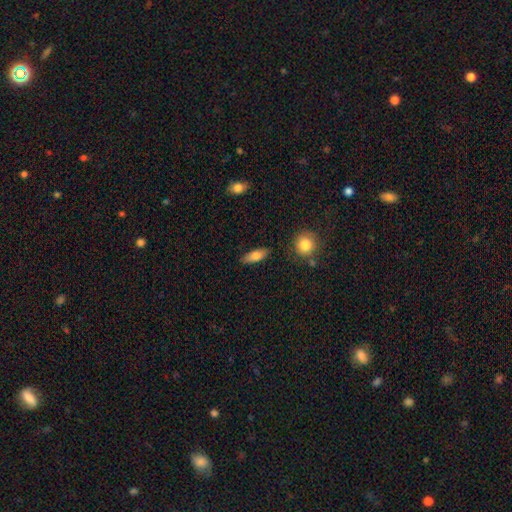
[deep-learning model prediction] This is likely a smooth galaxy (77%). How rounded: likely in between (70%). Merging: clearly none (84%).